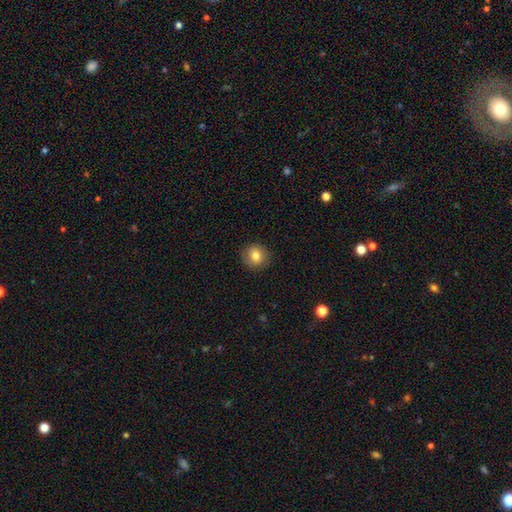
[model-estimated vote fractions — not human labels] This appears to be a smooth galaxy with no disk features (79%) that is round (89%). Merging: none (88%).